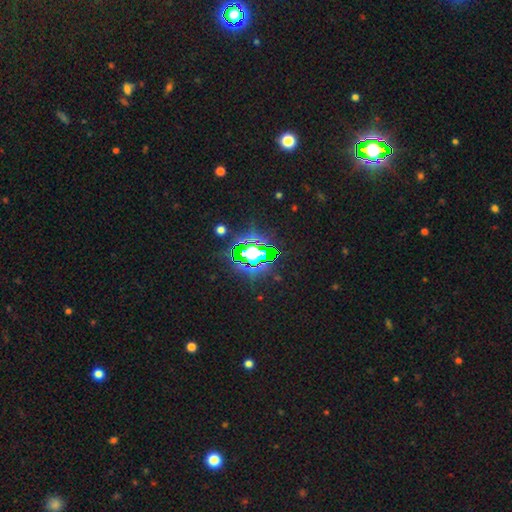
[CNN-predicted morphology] Overall: star or artifact (73%).